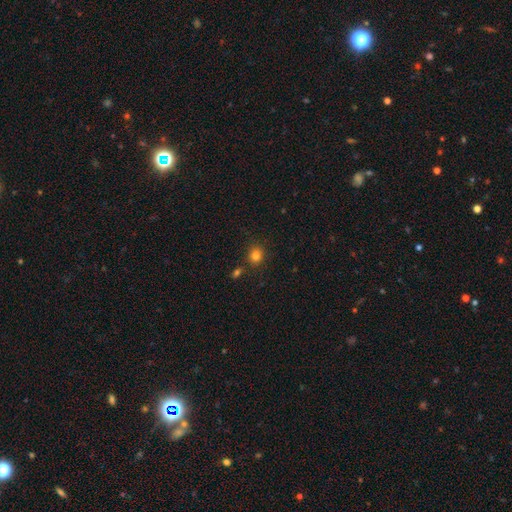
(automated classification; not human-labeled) The model was most divided on "how rounded": round: 80%, in between: 19%, cigar-shaped: 1%. More confident: merging — none (83%); smooth or featured — smooth (81%).